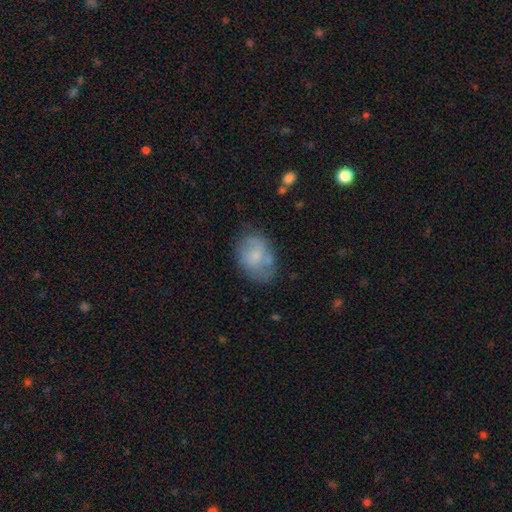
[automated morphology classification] A smooth galaxy with no disk features (64%) that is in between round and cigar-shaped (76%). Merging: none (59%).